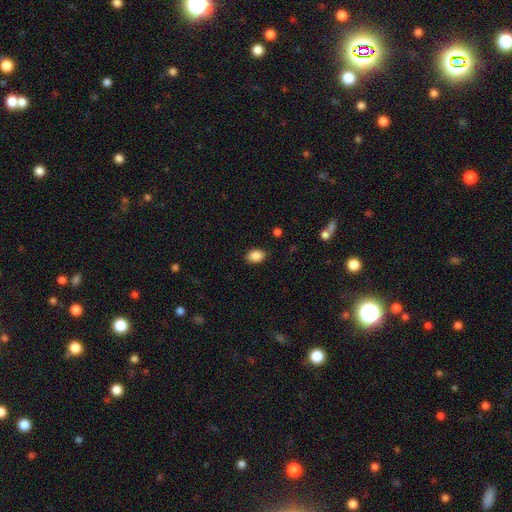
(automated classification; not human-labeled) A smooth galaxy with no disk features (88%) that is in between round and cigar-shaped (76%).

Vote fractions:
- Smooth or featured? smooth: 88% / star or artifact: 8% / featured or disk: 4%
- How rounded? in between: 76% / round: 23% / cigar-shaped: 1%
- Merging? none: 85% / minor disturbance: 11% / major disturbance: 3% / merger: 1%